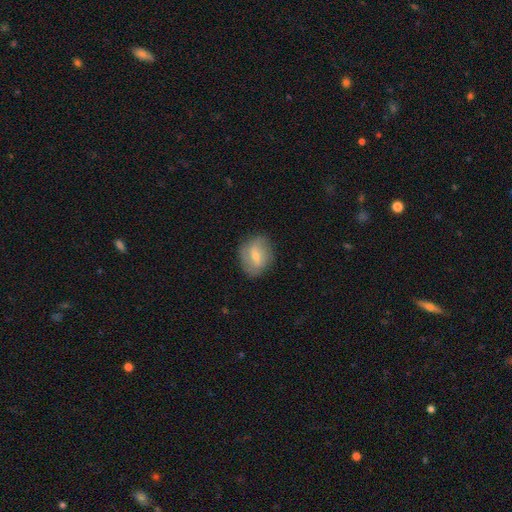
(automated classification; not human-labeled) This is possibly a featured or disk galaxy (46%). Merging: likely none (78%).